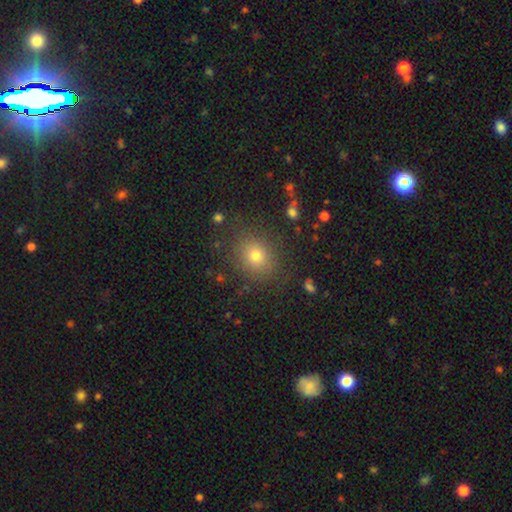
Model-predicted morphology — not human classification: Smooth or featured? smooth (74%)
How rounded? round (70%)
Merging? none (84%)